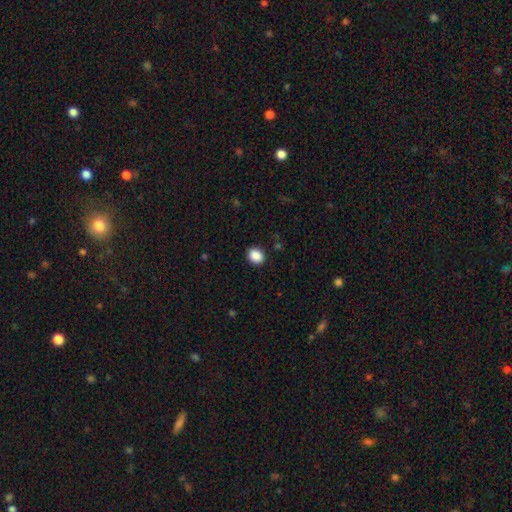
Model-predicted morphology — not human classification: A smooth galaxy with no disk features (89%) that is round (67%).

Vote fractions:
- Smooth or featured? smooth: 89% / star or artifact: 9% / featured or disk: 3%
- How rounded? round: 67% / in between: 32% / cigar-shaped: 1%
- Merging? none: 90% / minor disturbance: 7% / major disturbance: 2% / merger: 1%